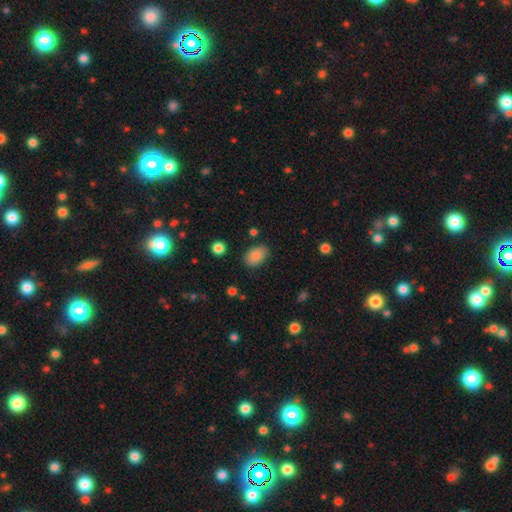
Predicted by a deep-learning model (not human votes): Q: Smooth or featured?
A: smooth (87%); runner-up: star or artifact (8%)
Q: How rounded?
A: in between (87%); runner-up: round (12%)
Q: Merging?
A: none (83%); runner-up: minor disturbance (12%)